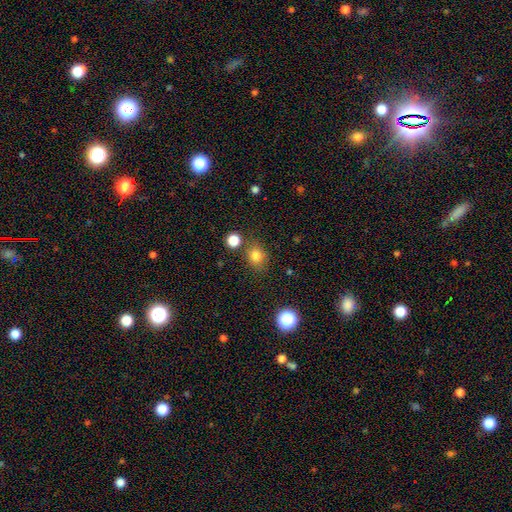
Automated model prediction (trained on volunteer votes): Smooth or featured? Predicted: smooth (p=0.81). How rounded? Predicted: round (p=0.74). Merging? Predicted: none (p=0.77).